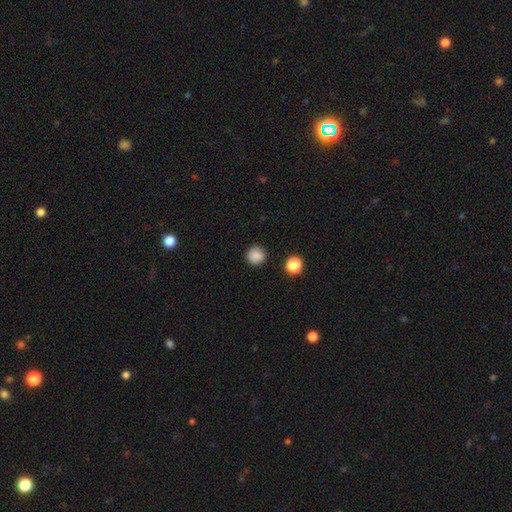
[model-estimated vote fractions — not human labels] smooth_or_featured: smooth (p=0.86) [alt: star or artifact p=0.11]
how_rounded: round (p=0.94) [alt: in between p=0.05]
merging: none (p=0.89) [alt: minor disturbance p=0.07]